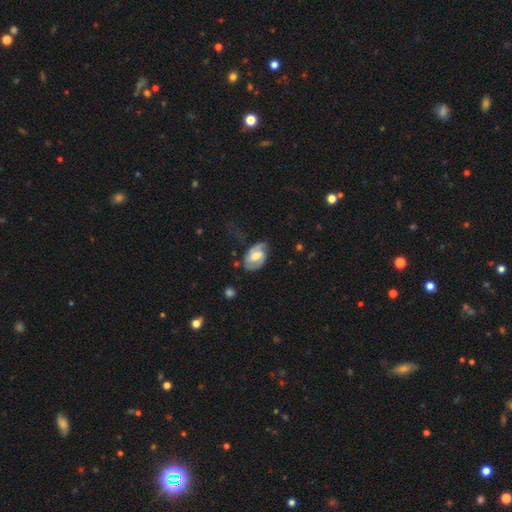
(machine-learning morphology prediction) Smooth or featured?
  - featured or disk: 74% *
  - smooth: 21%
  - star or artifact: 6%
Edge-on disk?
  - no: 97% *
  - yes: 3%
Bar?
  - weak: 52% *
  - no: 27%
  - strong: 21%
Spiral arms?
  - yes: 91% *
  - no: 9%
Spiral winding?
  - medium: 46% *
  - tight: 35%
  - loose: 19%
Spiral arm count?
  - 2: 80% *
  - can't tell: 9%
  - 1: 7%
  - 3: 2%
  - 4: 1%
  - more than 4: 1%
Bulge size?
  - moderate: 58% *
  - small: 25%
  - large: 11%
  - none: 4%
  - dominant: 1%
Merging?
  - none: 63% *
  - minor disturbance: 24%
  - major disturbance: 11%
  - merger: 2%